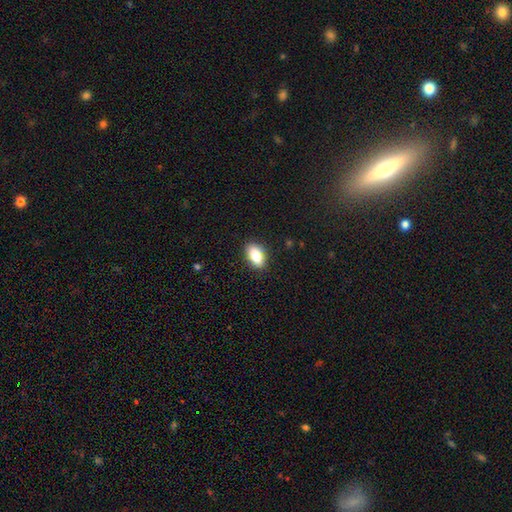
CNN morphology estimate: This appears to be a smooth galaxy with no disk features (86%) that is in between round and cigar-shaped (90%). Merging: none (88%).